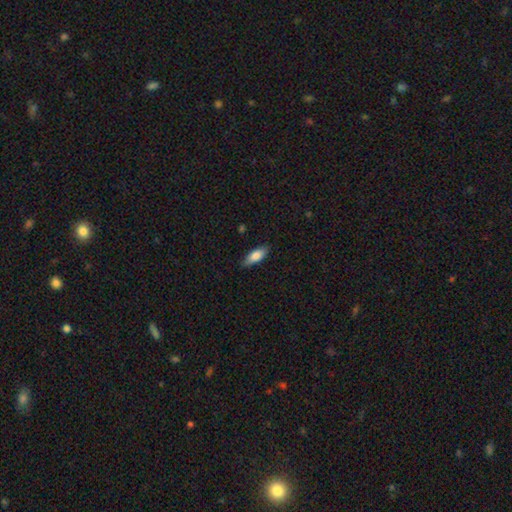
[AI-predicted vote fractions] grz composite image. It shows a smooth galaxy with no disk features (79%) that is in between round and cigar-shaped (71%). Merging: none (83%).